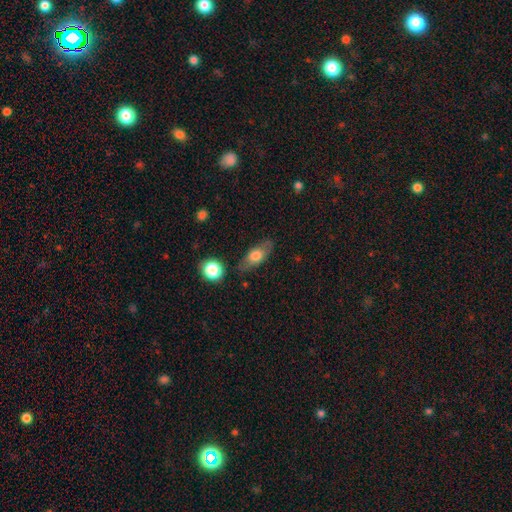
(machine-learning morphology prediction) Smooth or featured? smooth (64%)
How rounded? in between (73%)
Merging? none (76%)